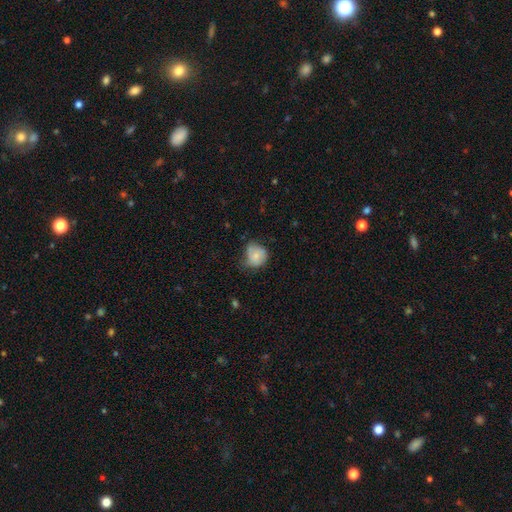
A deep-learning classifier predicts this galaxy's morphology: type=smooth (72%); roundness=round (71%); merging=none (44%).